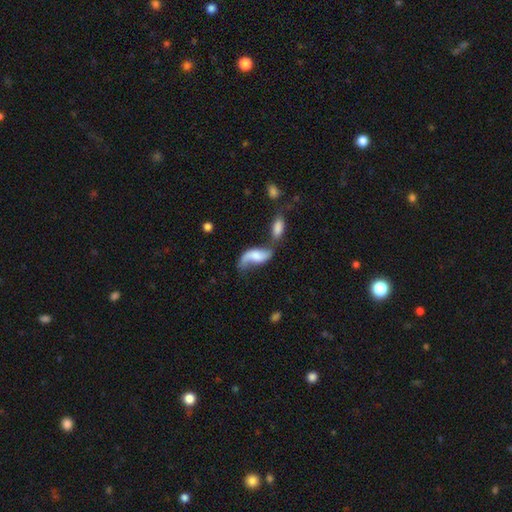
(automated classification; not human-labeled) A featured or disk galaxy (59%) with no bar (54%), spiral arms (86%) and no central bulge (29%).

Vote fractions:
- Smooth or featured? featured or disk: 59% / smooth: 34% / star or artifact: 8%
- Edge-on disk? no: 91% / yes: 9%
- Bar? no: 54% / weak: 34% / strong: 12%
- Spiral arms? yes: 86% / no: 14%
- Bulge size? none: 29% / moderate: 28% / small: 23% / large: 16% / dominant: 4%
- Merging? merger: 38% / none: 29% / minor disturbance: 17% / major disturbance: 16%